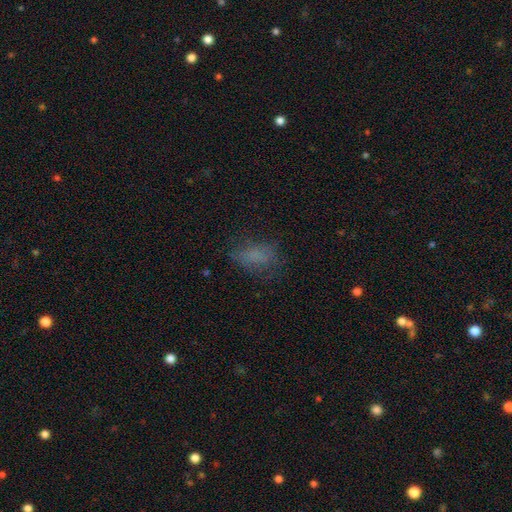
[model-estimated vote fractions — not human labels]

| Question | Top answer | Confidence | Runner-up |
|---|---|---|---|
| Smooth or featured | smooth | 70% | star or artifact (16%) |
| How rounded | in between | 84% | round (9%) |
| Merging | none | 62% | minor disturbance (21%) |